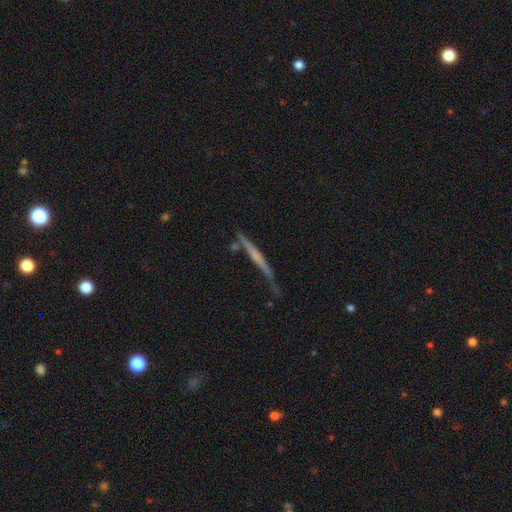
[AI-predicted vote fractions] Q: Smooth or featured?
A: featured or disk (59%); runner-up: smooth (34%)
Q: Edge-on disk?
A: yes (95%); runner-up: no (5%)
Q: Edge-on bulge?
A: none (66%); runner-up: rounded (24%)
Q: Merging?
A: none (65%); runner-up: minor disturbance (22%)